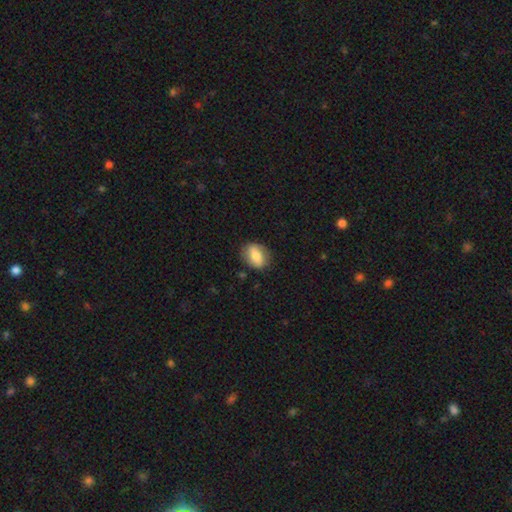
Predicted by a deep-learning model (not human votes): A smooth galaxy with no disk features (68%) that is in between round and cigar-shaped (69%). Merging: none (80%).